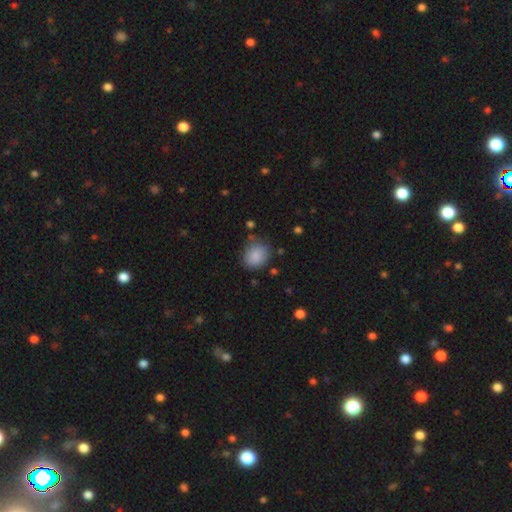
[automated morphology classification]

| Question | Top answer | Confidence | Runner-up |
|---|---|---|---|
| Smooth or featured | smooth | 87% | star or artifact (8%) |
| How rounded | round | 63% | in between (36%) |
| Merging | none | 75% | minor disturbance (17%) |